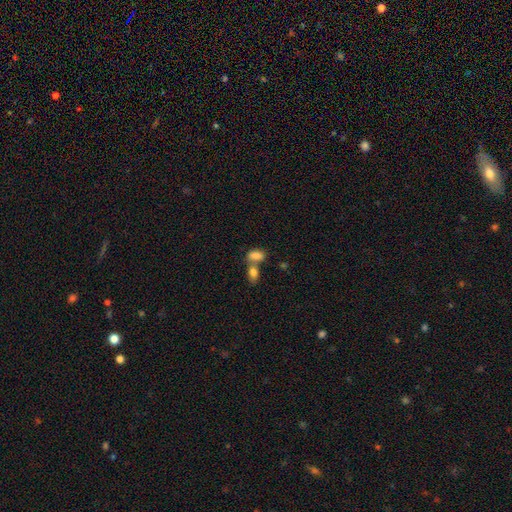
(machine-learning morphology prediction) Smooth or featured? smooth (83%)
How rounded? in between (89%)
Merging? merger (51%)